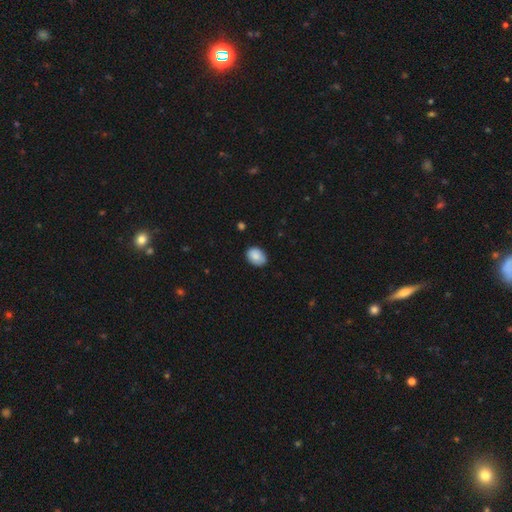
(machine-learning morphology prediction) smooth 85%, featured or disk 8%, star or artifact 7%. Down the decision tree: how rounded — in between (68%); merging — none (83%).